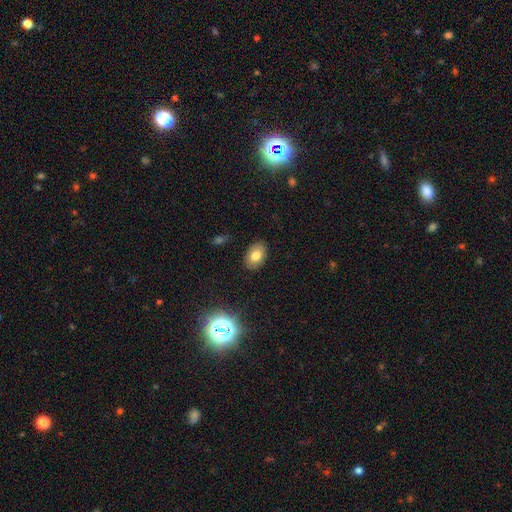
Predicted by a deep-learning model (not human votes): Overall: smooth (79%). How rounded: in between (84%). Merging: none (87%).